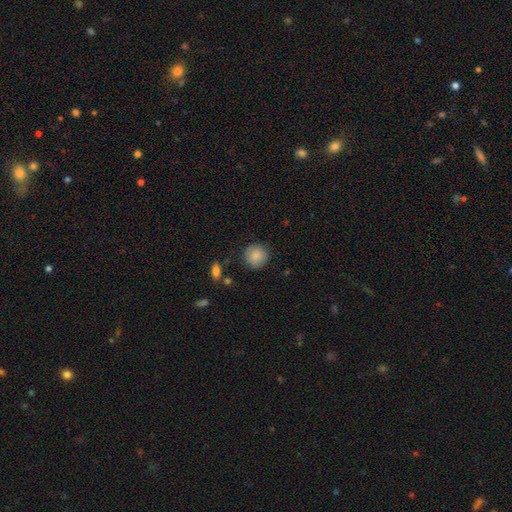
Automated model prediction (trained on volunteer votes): smooth_or_featured: smooth (p=0.84) [alt: featured or disk p=0.09]
how_rounded: round (p=0.93) [alt: in between p=0.06]
merging: none (p=0.85) [alt: minor disturbance p=0.10]